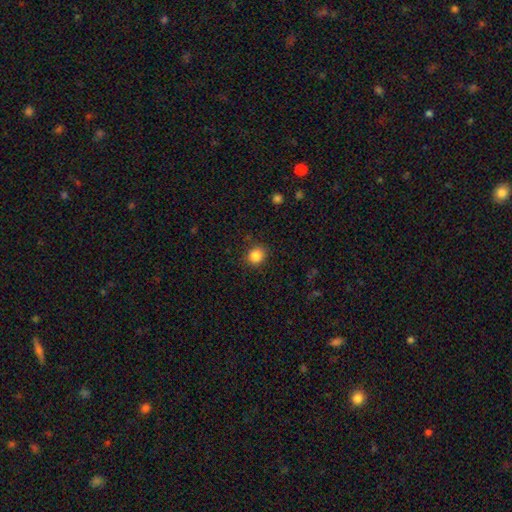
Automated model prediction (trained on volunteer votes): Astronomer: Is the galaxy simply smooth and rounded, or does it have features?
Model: smooth — 86%.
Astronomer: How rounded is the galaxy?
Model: round — 79%.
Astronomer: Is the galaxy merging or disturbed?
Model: none — 87%.